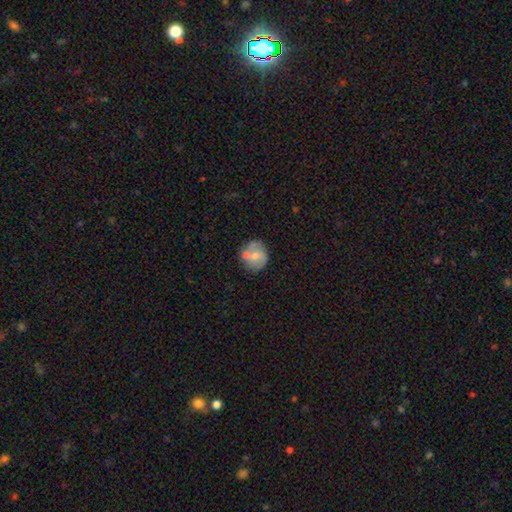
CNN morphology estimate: Q: Smooth or featured?
A: smooth (57%); runner-up: featured or disk (36%)
Q: How rounded?
A: round (82%); runner-up: in between (17%)
Q: Merging?
A: none (55%); runner-up: merger (25%)